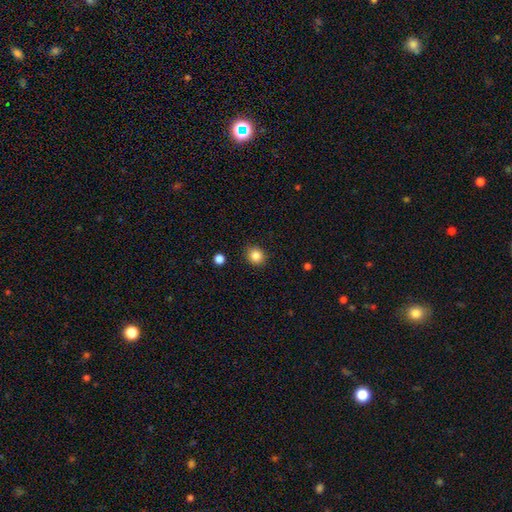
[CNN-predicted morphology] Smooth or featured? Predicted: smooth (p=0.86). How rounded? Predicted: round (p=0.83). Merging? Predicted: none (p=0.88).